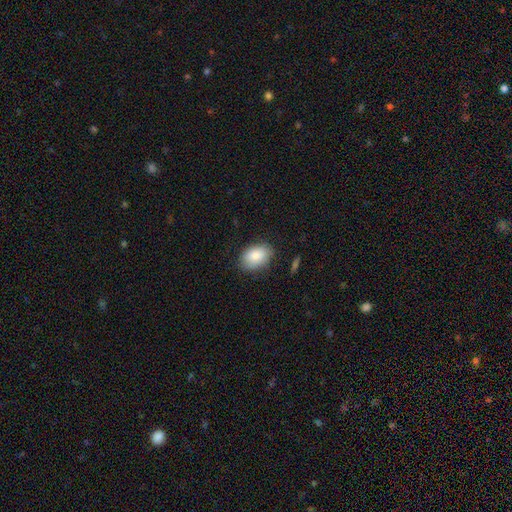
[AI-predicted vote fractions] A smooth galaxy with no disk features (86%) that is in between round and cigar-shaped (87%). Merging: none (81%).